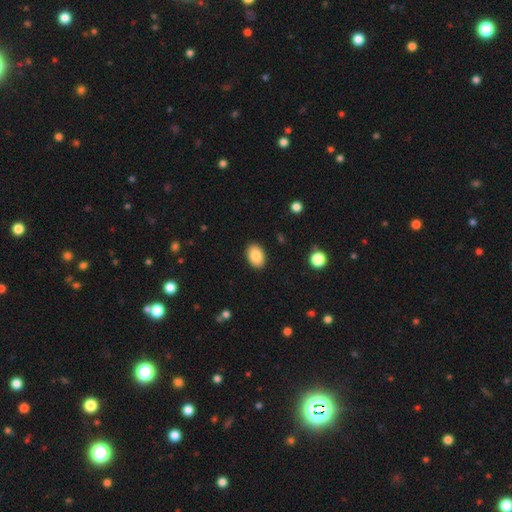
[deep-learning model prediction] smooth_or_featured: smooth (p=0.87) [alt: star or artifact p=0.07]
how_rounded: in between (p=0.85) [alt: round p=0.14]
merging: none (p=0.90) [alt: minor disturbance p=0.07]